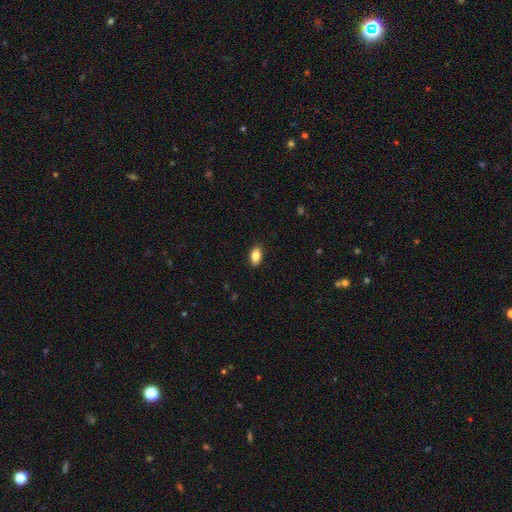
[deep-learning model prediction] A smooth galaxy with no disk features (84%) that is in between round and cigar-shaped (91%).

Vote fractions:
- Smooth or featured? smooth: 84% / featured or disk: 9% / star or artifact: 8%
- How rounded? in between: 91% / round: 5% / cigar-shaped: 4%
- Merging? none: 90% / minor disturbance: 8% / major disturbance: 2% / merger: 1%